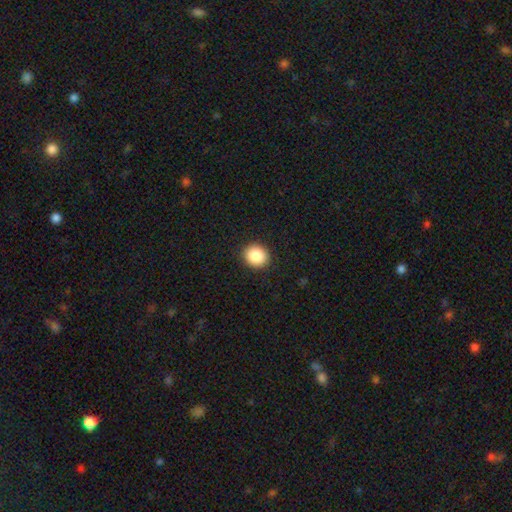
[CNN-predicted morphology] A smooth galaxy with no disk features (87%) that is round (81%). Merging: none (92%).